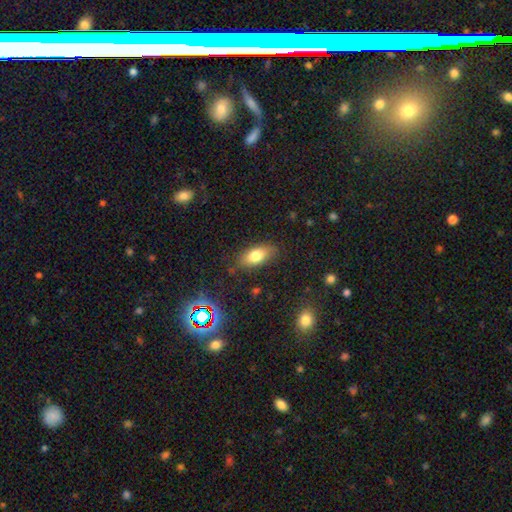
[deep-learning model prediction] The model was most divided on "smooth or featured": smooth: 78%, featured or disk: 13%, star or artifact: 9%. More confident: how rounded — in between (86%); merging — none (82%).